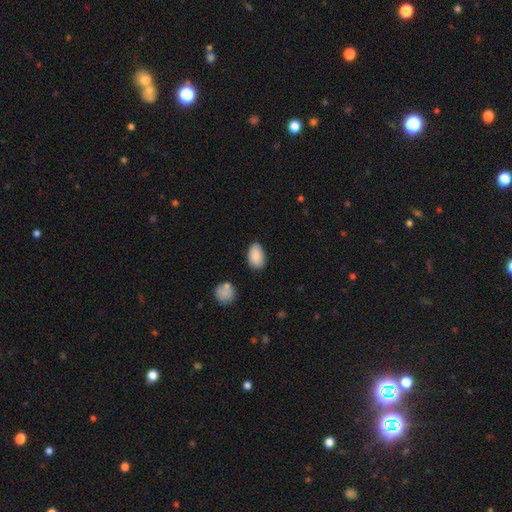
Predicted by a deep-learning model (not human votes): A smooth galaxy with no disk features (88%) that is in between round and cigar-shaped (92%).

Vote fractions:
- Smooth or featured? smooth: 88% / star or artifact: 7% / featured or disk: 6%
- How rounded? in between: 92% / round: 6% / cigar-shaped: 1%
- Merging? none: 81% / minor disturbance: 14% / major disturbance: 3% / merger: 2%